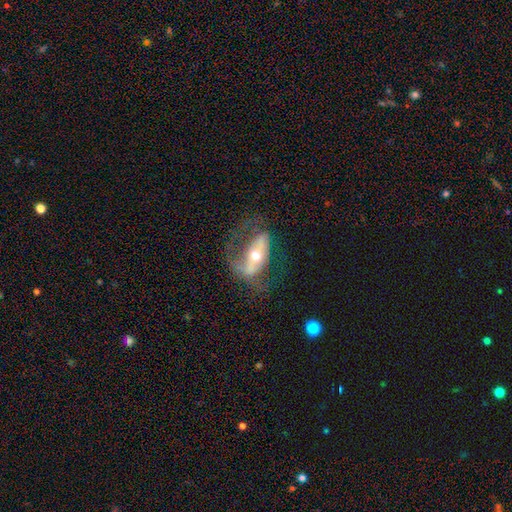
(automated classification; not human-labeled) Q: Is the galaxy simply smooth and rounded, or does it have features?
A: featured or disk — 70%.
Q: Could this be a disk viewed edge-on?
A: no — 85%.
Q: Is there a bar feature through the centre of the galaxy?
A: strong — 42%.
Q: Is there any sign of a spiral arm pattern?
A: yes — 61%.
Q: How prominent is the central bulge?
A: moderate — 69%.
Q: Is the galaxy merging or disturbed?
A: none — 50%.